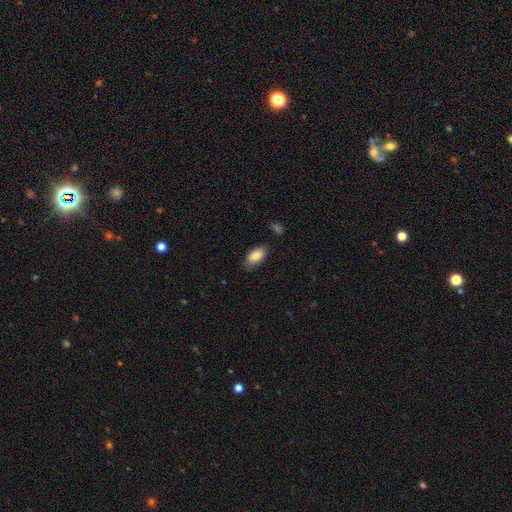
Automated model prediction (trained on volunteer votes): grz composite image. It shows a smooth galaxy with no disk features (87%) that is in between round and cigar-shaped (93%). Merging: none (79%).